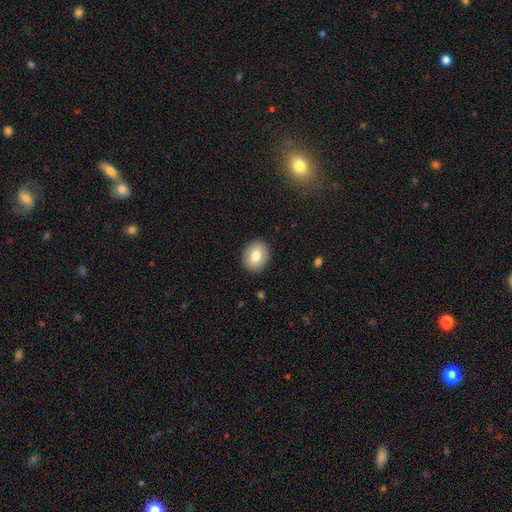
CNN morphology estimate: Smooth or featured: smooth — 80% (featured or disk — 12%)
How rounded: round — 53% (in between — 46%)
Merging: none — 90% (minor disturbance — 7%)